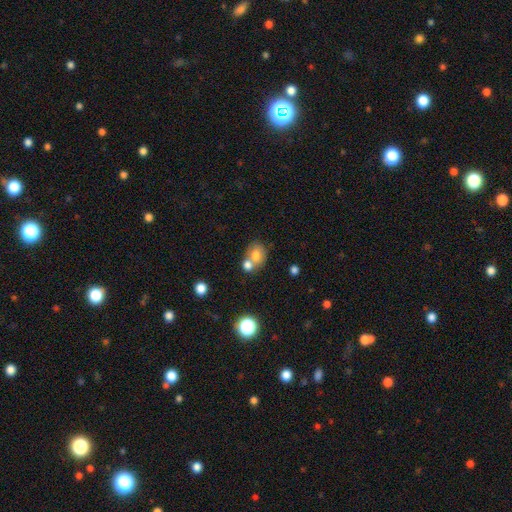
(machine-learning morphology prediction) This appears to be a smooth galaxy with no disk features (72%) that is in between round and cigar-shaped (53%). Merging: merger (51%).